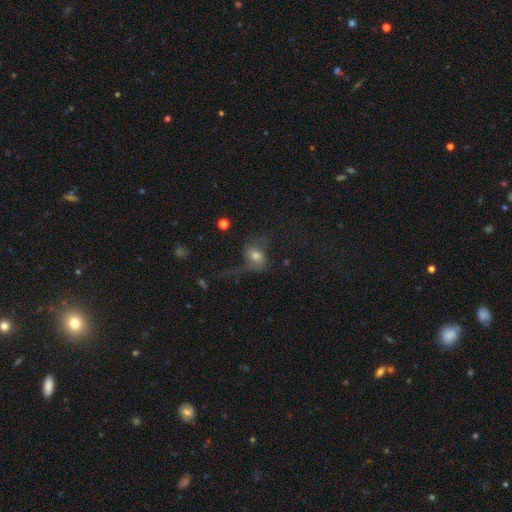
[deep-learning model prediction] Smooth or featured? Predicted: smooth (p=0.50). Merging? Predicted: major disturbance (p=0.44).